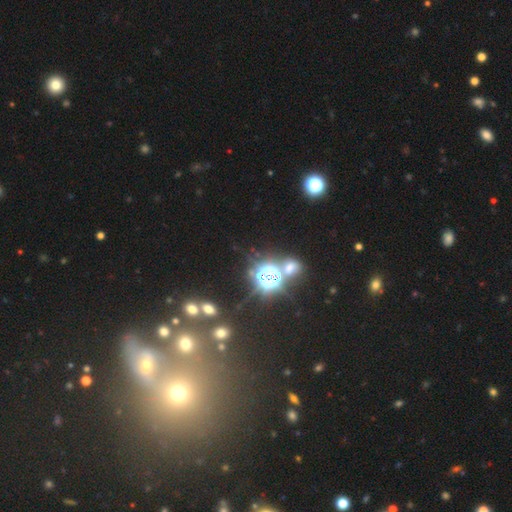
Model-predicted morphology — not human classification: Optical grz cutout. It shows a star or artifact, not a galaxy (64%).